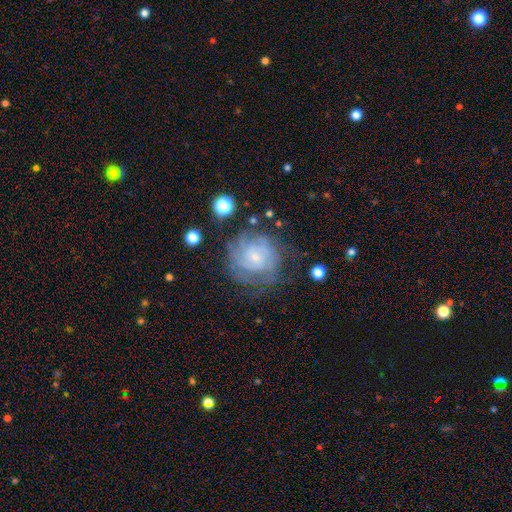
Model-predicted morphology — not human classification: featured or disk 72%, smooth 19%, star or artifact 9%. Down the decision tree: edge-on disk — no (98%); bar — no (67%); spiral arms — yes (89%); spiral arm count — can't tell (50%); spiral winding — tight (66%); bulge size — small (73%); merging — none (68%).